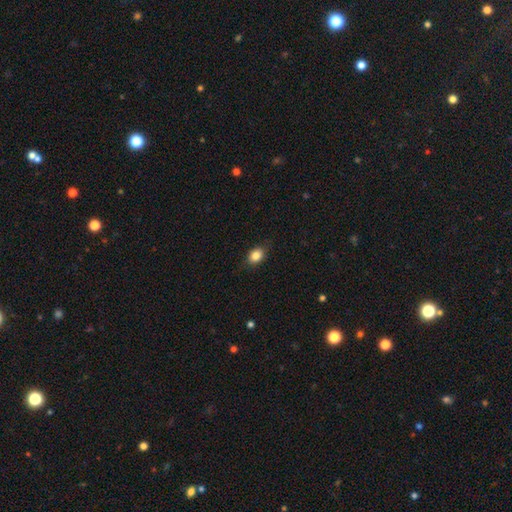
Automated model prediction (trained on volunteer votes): smooth 85%, star or artifact 9%, featured or disk 6%. Down the decision tree: how rounded — in between (63%); merging — none (82%).